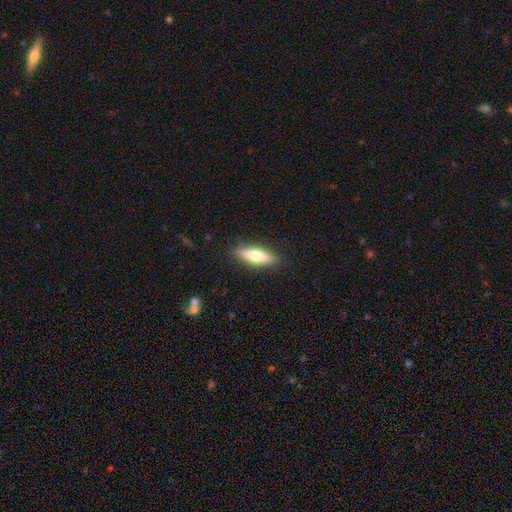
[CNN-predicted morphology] The model was most divided on "smooth or featured": smooth: 51%, featured or disk: 43%, star or artifact: 6%. More confident: merging — none (89%); how rounded — cigar-shaped (64%).